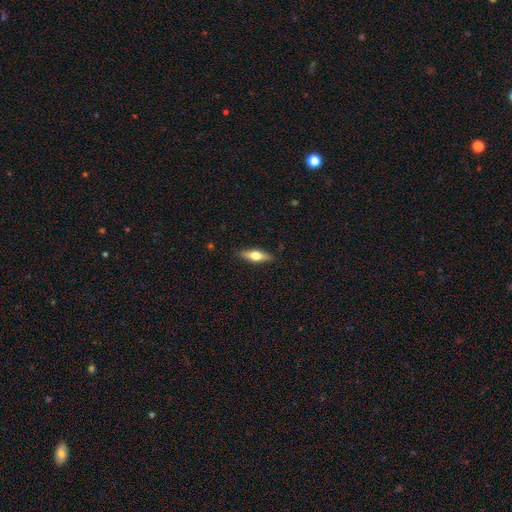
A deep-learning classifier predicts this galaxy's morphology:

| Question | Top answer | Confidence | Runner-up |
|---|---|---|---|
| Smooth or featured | smooth | 50% | featured or disk (44%) |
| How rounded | cigar-shaped | 49% | in between (47%) |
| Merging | none | 88% | minor disturbance (9%) |